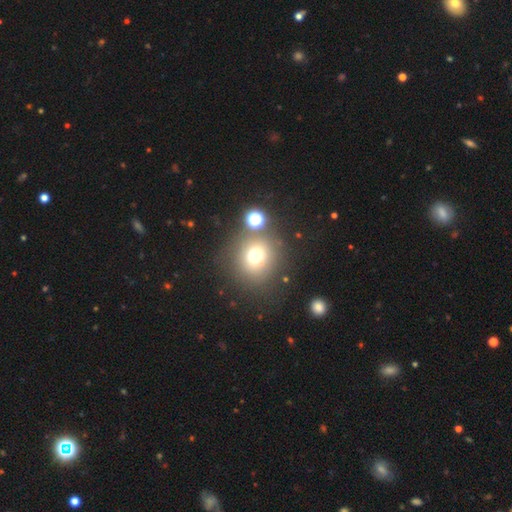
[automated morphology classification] type=smooth (67%); roundness=round (89%); merging=none (74%).